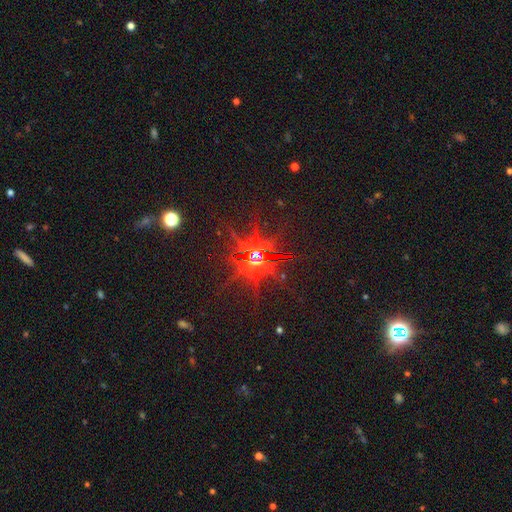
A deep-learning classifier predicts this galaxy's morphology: Smooth or featured?
  - star or artifact: 82% *
  - featured or disk: 12%
  - smooth: 6%